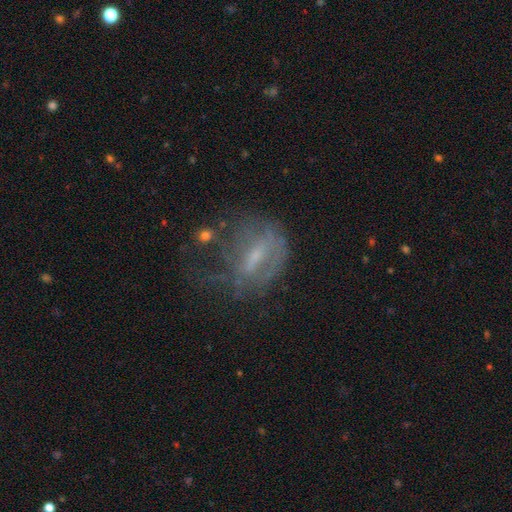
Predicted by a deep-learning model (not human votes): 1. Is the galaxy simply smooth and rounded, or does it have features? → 57% featured or disk, 28% smooth, 15% star or artifact.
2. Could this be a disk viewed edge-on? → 91% no, 9% yes.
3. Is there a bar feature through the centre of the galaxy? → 43% weak, 33% no, 24% strong.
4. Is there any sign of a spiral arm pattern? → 63% no, 37% yes.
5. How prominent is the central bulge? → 52% small, 27% moderate, 18% none, 2% large, 1% dominant.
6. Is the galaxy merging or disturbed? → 39% none, 34% major disturbance, 23% minor disturbance, 4% merger.